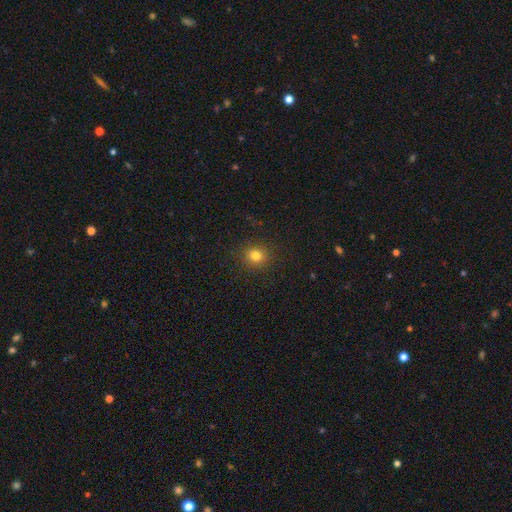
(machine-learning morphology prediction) type=smooth (79%); roundness=round (82%); merging=none (89%).